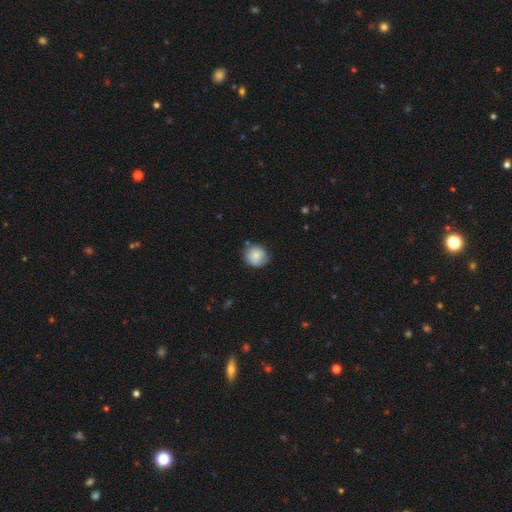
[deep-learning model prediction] smooth-or-featured: smooth: 82% | featured or disk: 10% | star or artifact: 8%
  how-rounded: round: 88% | in between: 11% | cigar-shaped: 1%
  merging: none: 73% | minor disturbance: 20% | major disturbance: 4% | merger: 3%